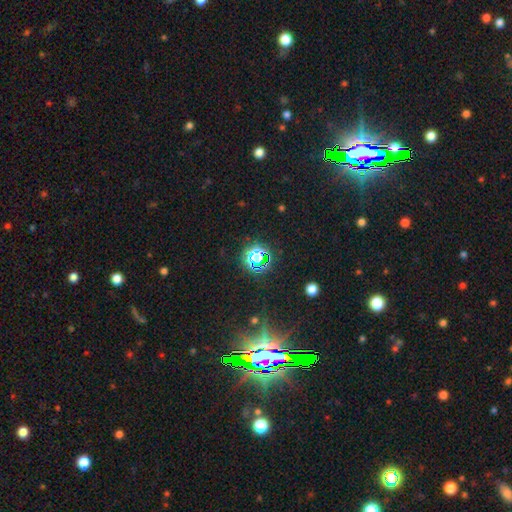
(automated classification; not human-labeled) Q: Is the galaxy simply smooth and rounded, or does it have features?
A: star or artifact — 74%.